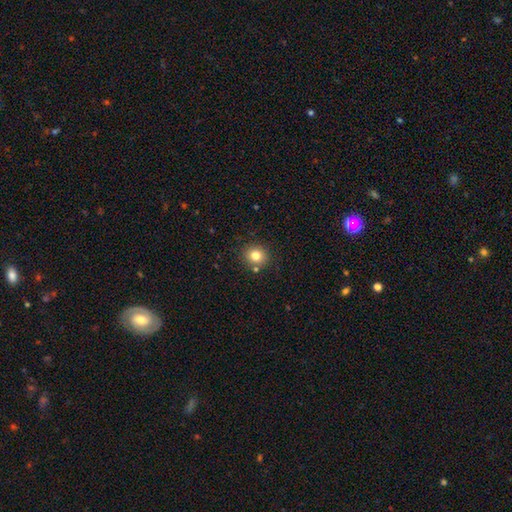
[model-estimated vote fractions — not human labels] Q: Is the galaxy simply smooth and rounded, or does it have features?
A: smooth — 80%.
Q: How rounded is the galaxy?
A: round — 85%.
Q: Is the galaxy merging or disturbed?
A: none — 83%.